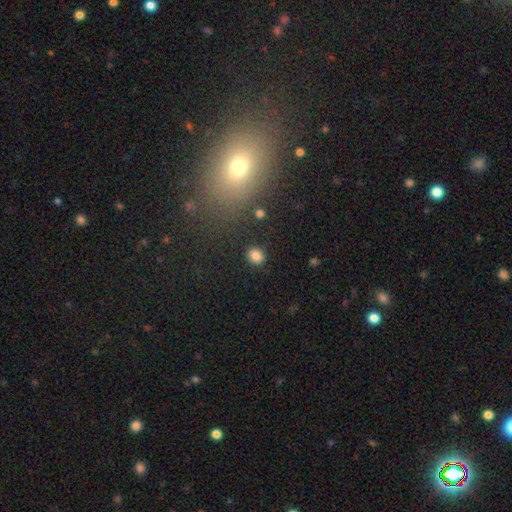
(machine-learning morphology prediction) smooth 84%, star or artifact 11%, featured or disk 5%. Down the decision tree: how rounded — round (73%); merging — none (87%).